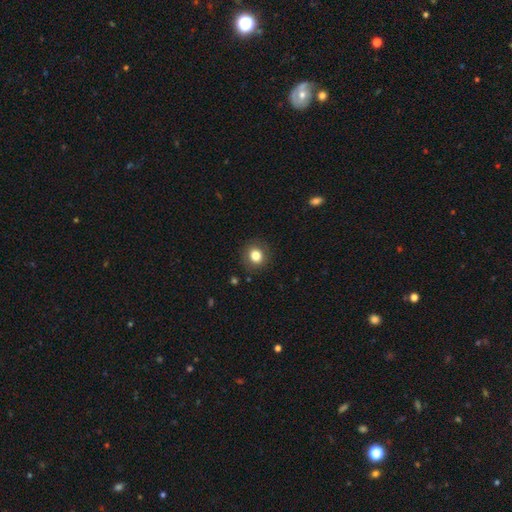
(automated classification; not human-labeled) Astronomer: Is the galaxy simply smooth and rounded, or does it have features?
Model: smooth — 82%.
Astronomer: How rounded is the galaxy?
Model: round — 79%.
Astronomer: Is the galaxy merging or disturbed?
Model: none — 88%.